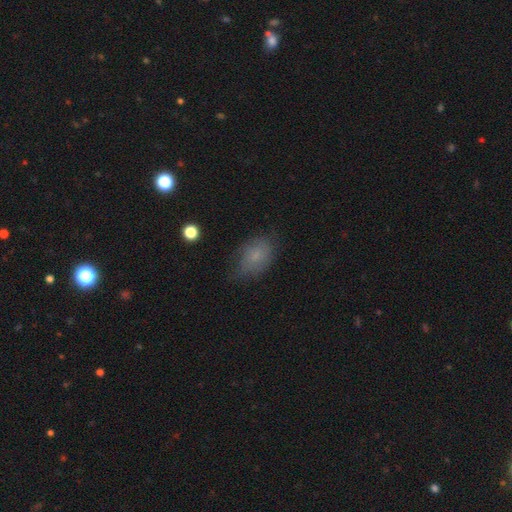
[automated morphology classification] smooth_or_featured: smooth (p=0.72) [alt: featured or disk p=0.17]
how_rounded: in between (p=0.79) [alt: round p=0.19]
merging: none (p=0.60) [alt: minor disturbance p=0.29]